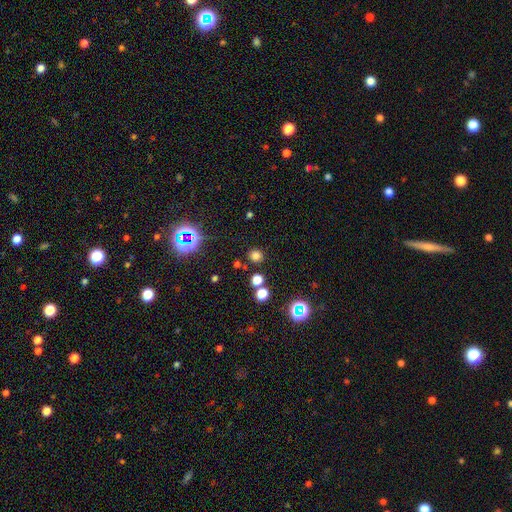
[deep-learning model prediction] The model was most divided on "smooth or featured": smooth: 70%, star or artifact: 24%, featured or disk: 6%. More confident: how rounded — round (90%); merging — none (84%).